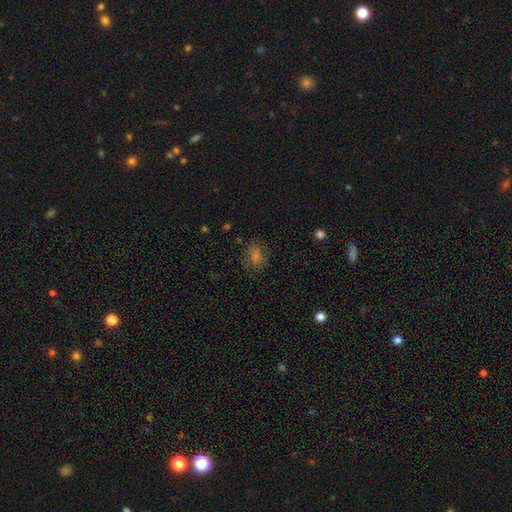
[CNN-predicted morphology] Overall: smooth (57%; star or artifact 24%). How rounded: round (56%; in between 43%). Merging: none (79%).